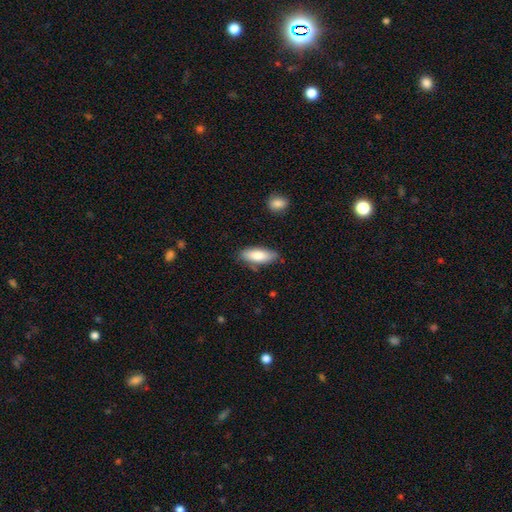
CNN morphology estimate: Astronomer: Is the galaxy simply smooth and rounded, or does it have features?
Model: smooth — 81%.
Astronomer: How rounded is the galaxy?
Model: in between — 69%.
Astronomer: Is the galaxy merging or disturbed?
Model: none — 79%.